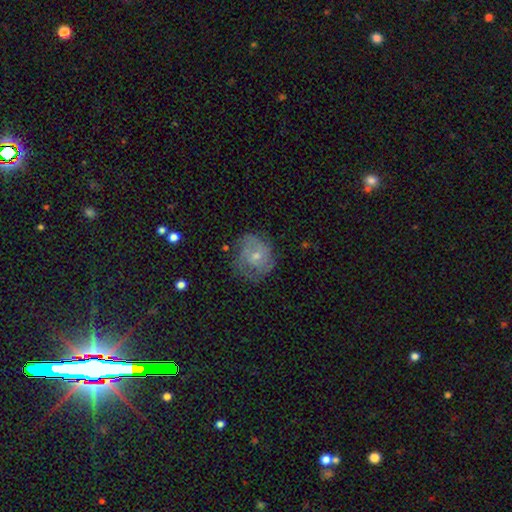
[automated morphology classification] Smooth or featured: featured or disk — 56% (smooth — 36%)
Edge-on disk: no — 98% (yes — 2%)
Bar: no — 70% (weak — 26%)
Spiral arms: yes — 72% (no — 28%)
Bulge size: small — 56% (moderate — 37%)
Merging: none — 53% (minor disturbance — 27%)